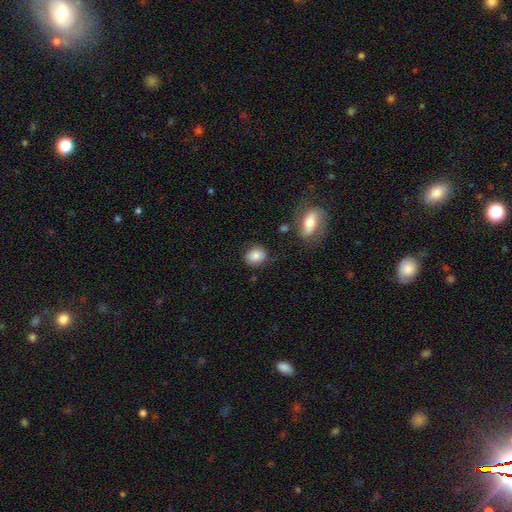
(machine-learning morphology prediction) This is clearly a smooth galaxy (83%). How rounded: possibly in between (50%). Merging: likely none (80%).